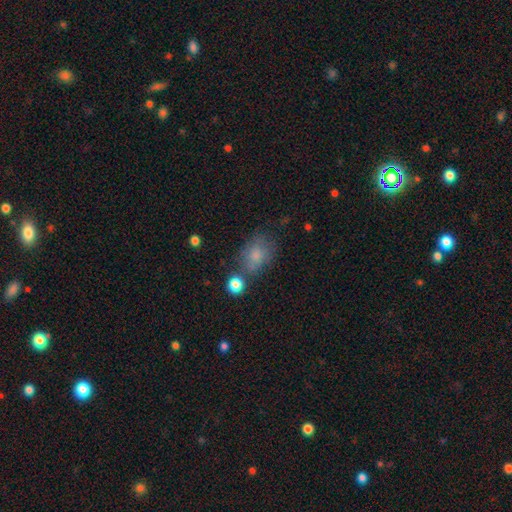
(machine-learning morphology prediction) smooth_or_featured: smooth (p=0.76) [alt: featured or disk p=0.13]
how_rounded: in between (p=0.71) [alt: round p=0.27]
merging: none (p=0.58) [alt: minor disturbance p=0.22]